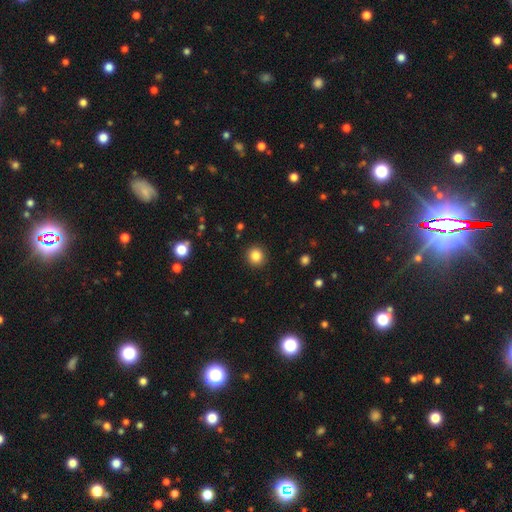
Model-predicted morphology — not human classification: Smooth or featured: smooth — 85% (star or artifact — 11%)
How rounded: round — 92% (in between — 7%)
Merging: none — 91% (minor disturbance — 5%)